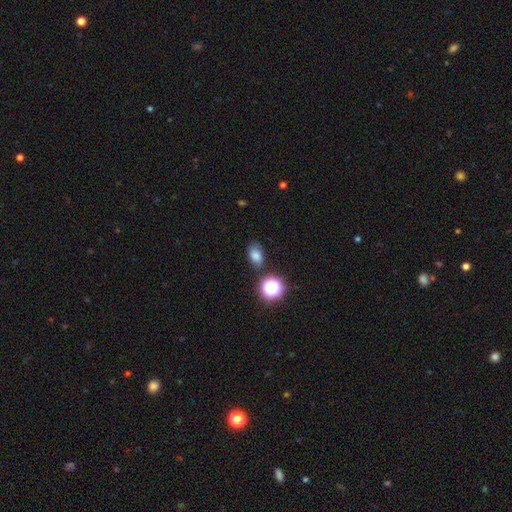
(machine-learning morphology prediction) The model was most divided on "merging": none: 75%, minor disturbance: 16%, merger: 5%, major disturbance: 4%. More confident: how rounded — in between (79%); smooth or featured — smooth (76%).